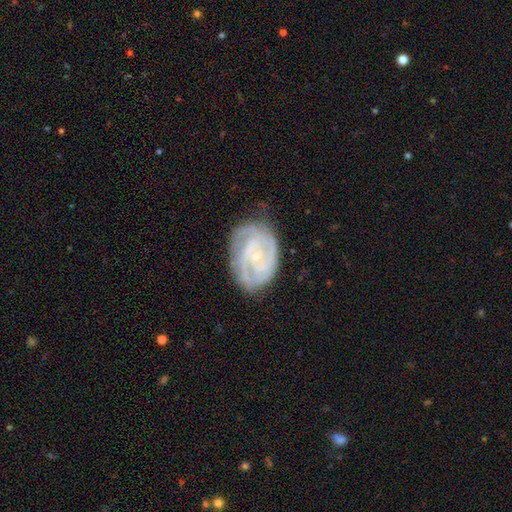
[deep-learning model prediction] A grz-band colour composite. It shows a featured or disk galaxy (82%) with no bar (63%), tight (68%) spiral arms (95%) and a small central bulge (78%). Merging: none (72%).